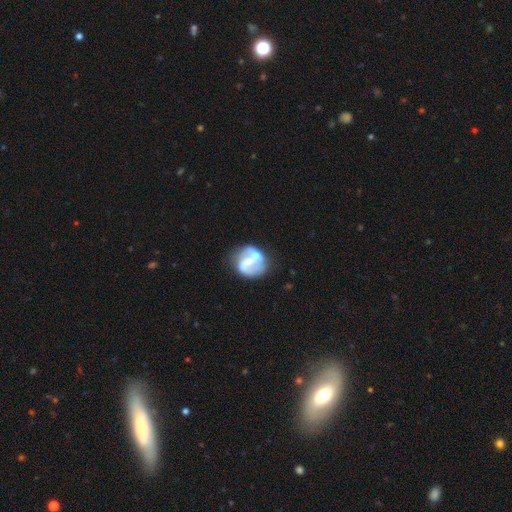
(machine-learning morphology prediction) A featured or disk galaxy (72%) with a weak bar (37%), spiral arms (70%) and a small central bulge (38%).

Vote fractions:
- Smooth or featured? featured or disk: 72% / smooth: 22% / star or artifact: 6%
- Edge-on disk? no: 98% / yes: 2%
- Bar? weak: 37% / no: 36% / strong: 26%
- Spiral arms? yes: 70% / no: 30%
- Bulge size? small: 38% / moderate: 34% / none: 22% / large: 5% / dominant: 2%
- Merging? none: 45% / merger: 20% / minor disturbance: 20% / major disturbance: 14%